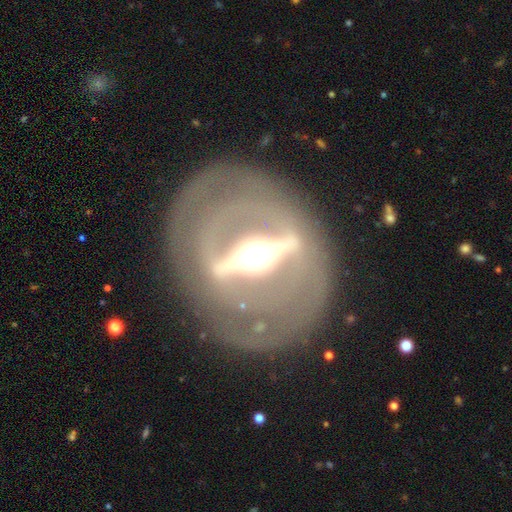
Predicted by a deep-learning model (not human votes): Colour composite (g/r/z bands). It shows a featured or disk galaxy (86%) with a strong bar (89%), no spiral arms (68%) and a moderate central bulge (57%). Merging: none (75%).